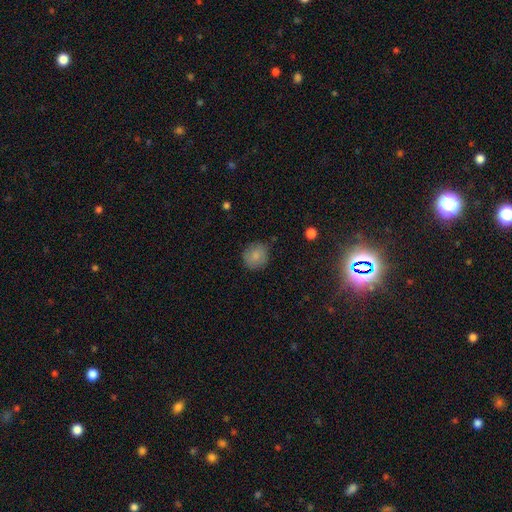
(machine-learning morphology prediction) smooth-or-featured: smooth: 83% | featured or disk: 8% | star or artifact: 8%
  how-rounded: round: 87% | in between: 12% | cigar-shaped: 1%
  merging: none: 84% | minor disturbance: 12% | major disturbance: 3% | merger: 1%